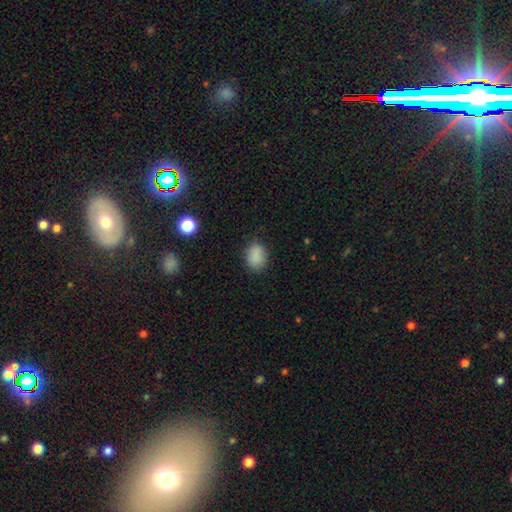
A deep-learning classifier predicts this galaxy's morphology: smooth-or-featured: smooth: 86% | star or artifact: 10% | featured or disk: 4%
  how-rounded: in between: 66% | round: 32% | cigar-shaped: 1%
  merging: none: 80% | minor disturbance: 15% | major disturbance: 4% | merger: 1%